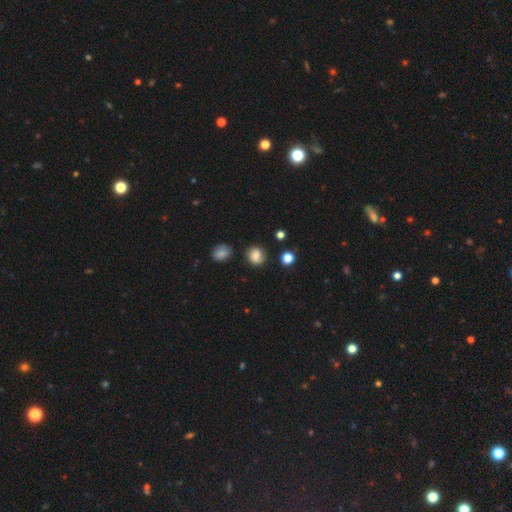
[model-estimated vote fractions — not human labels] Smooth or featured? Predicted: smooth (p=0.76). How rounded? Predicted: round (p=0.77). Merging? Predicted: none (p=0.75).